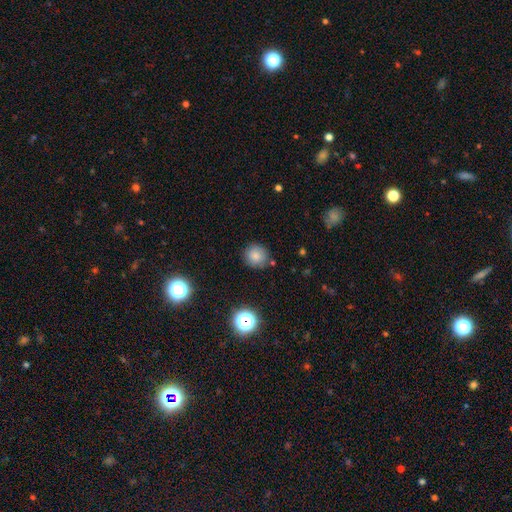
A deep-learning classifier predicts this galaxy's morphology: smooth-or-featured: smooth: 81% | star or artifact: 13% | featured or disk: 6%
  how-rounded: round: 90% | in between: 9% | cigar-shaped: 1%
  merging: none: 84% | minor disturbance: 10% | merger: 3% | major disturbance: 3%